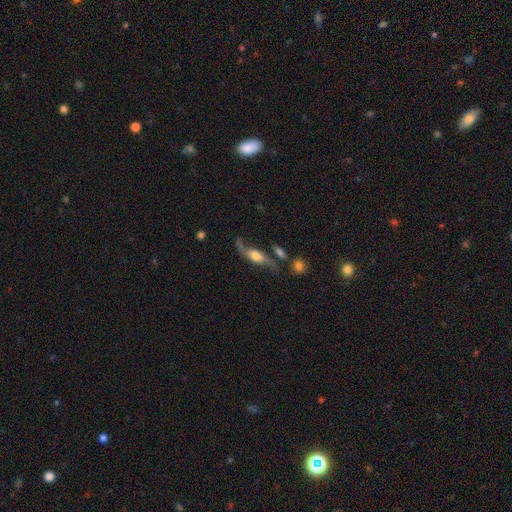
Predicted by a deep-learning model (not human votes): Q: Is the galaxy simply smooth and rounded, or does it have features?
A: featured or disk — 78%.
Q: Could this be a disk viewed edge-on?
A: no — 70%.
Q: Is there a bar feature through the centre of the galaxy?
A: no — 58%.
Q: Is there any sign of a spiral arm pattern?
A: yes — 92%.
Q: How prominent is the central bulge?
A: moderate — 49%.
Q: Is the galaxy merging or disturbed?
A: none — 59%.